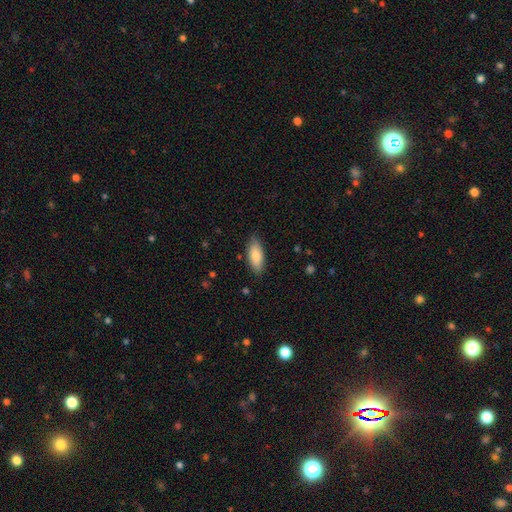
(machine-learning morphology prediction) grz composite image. It shows a smooth galaxy with no disk features (82%) that is in between round and cigar-shaped (82%). Merging: none (84%).